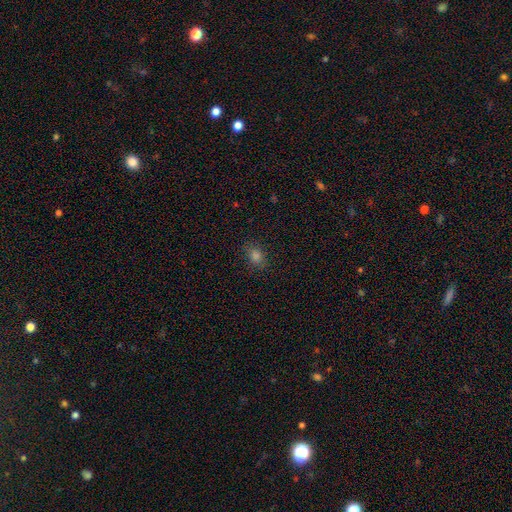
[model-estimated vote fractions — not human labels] smooth 78%, star or artifact 17%, featured or disk 6%. Down the decision tree: how rounded — in between (59%); merging — none (86%).